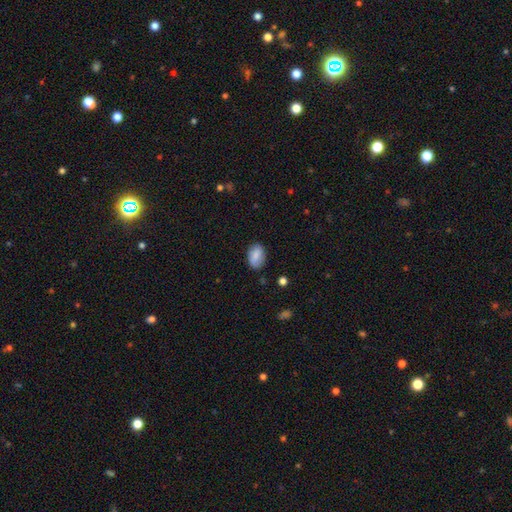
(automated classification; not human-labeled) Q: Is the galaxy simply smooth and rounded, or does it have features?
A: smooth — 79%.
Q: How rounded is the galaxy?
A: in between — 88%.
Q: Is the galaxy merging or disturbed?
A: none — 79%.